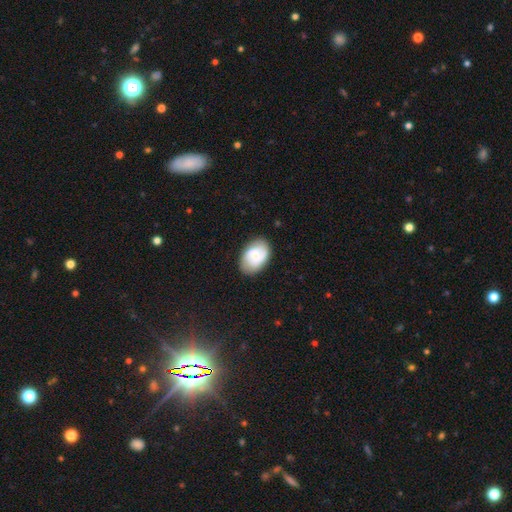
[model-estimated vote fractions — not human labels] smooth-or-featured: featured or disk: 49% | smooth: 44% | star or artifact: 7%
  merging: none: 80% | minor disturbance: 15% | major disturbance: 4% | merger: 1%